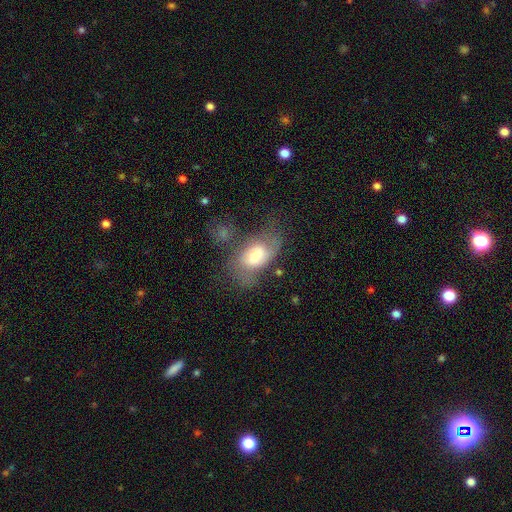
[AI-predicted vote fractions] Overall: smooth (50%; featured or disk 41%). How rounded: in between (89%). Merging: none (36%; minor disturbance 27%).